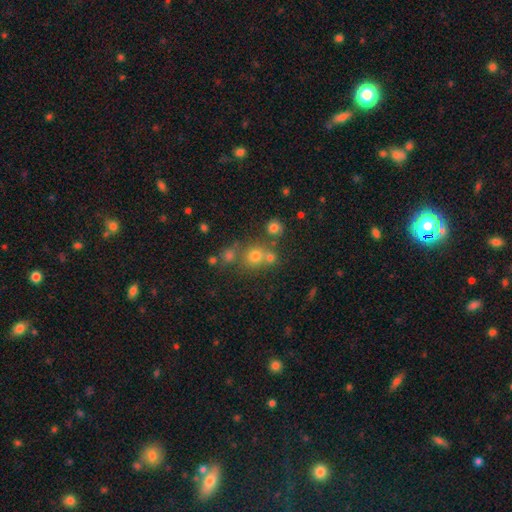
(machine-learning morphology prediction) Smooth or featured? Predicted: smooth (p=0.69). How rounded? Predicted: round (p=0.86). Merging? Predicted: none (p=0.59).